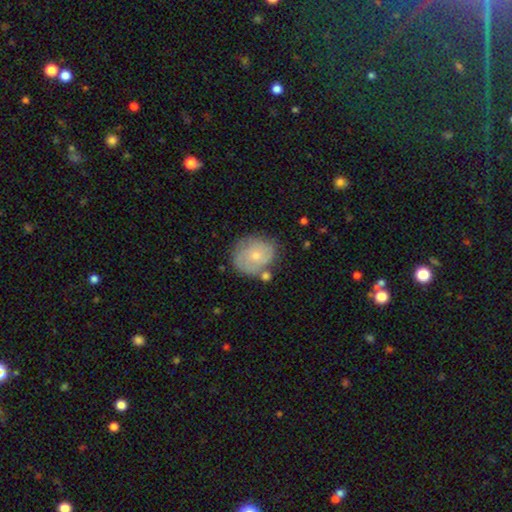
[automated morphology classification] type=featured or disk (50%); merging=none (62%).